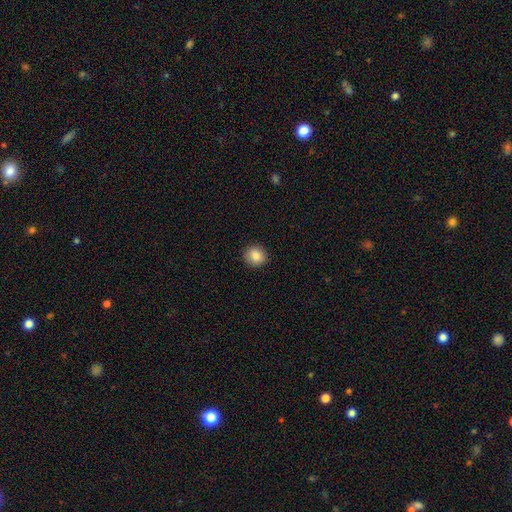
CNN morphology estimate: Q: Smooth or featured?
A: smooth (86%); runner-up: star or artifact (9%)
Q: How rounded?
A: round (88%); runner-up: in between (11%)
Q: Merging?
A: none (91%); runner-up: minor disturbance (6%)